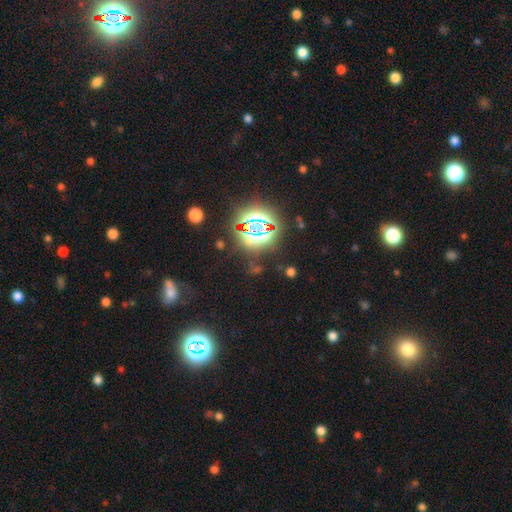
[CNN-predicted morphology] Smooth or featured?
  - star or artifact: 82% *
  - smooth: 11%
  - featured or disk: 7%